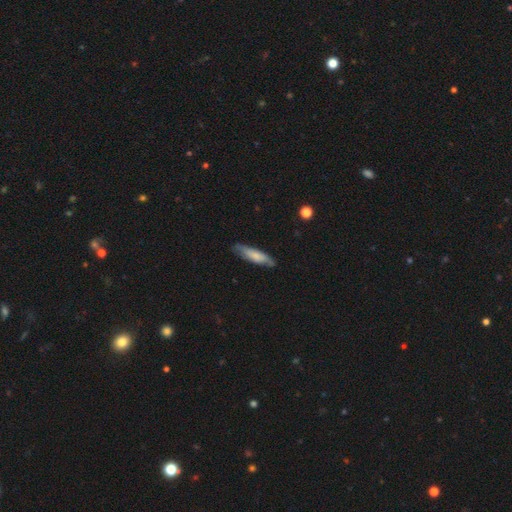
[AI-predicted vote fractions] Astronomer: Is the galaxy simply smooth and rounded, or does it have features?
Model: smooth — 63%.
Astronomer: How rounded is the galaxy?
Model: cigar-shaped — 72%.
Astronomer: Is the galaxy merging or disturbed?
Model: none — 77%.